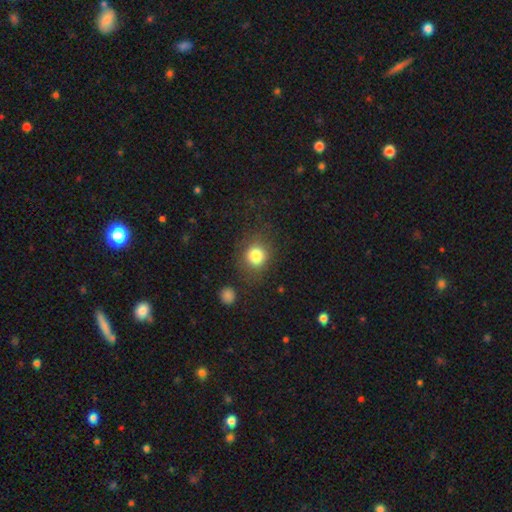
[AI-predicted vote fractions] Smooth or featured?
  - smooth: 82% *
  - star or artifact: 11%
  - featured or disk: 7%
How rounded?
  - round: 79% *
  - in between: 20%
  - cigar-shaped: 1%
Merging?
  - none: 76% *
  - minor disturbance: 13%
  - major disturbance: 7%
  - merger: 3%